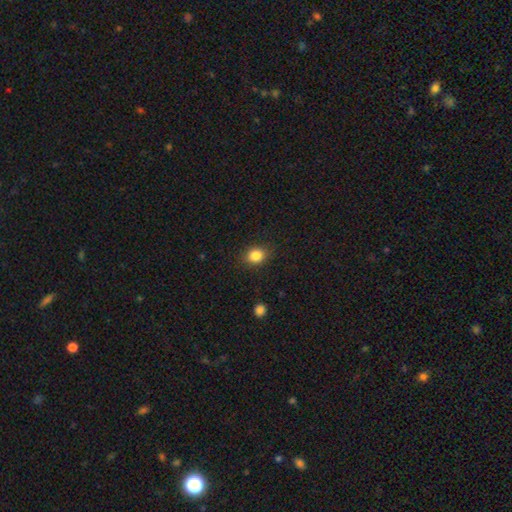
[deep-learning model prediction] The model was most divided on "how rounded": round: 61%, in between: 38%, cigar-shaped: 1%. More confident: merging — none (86%); smooth or featured — smooth (85%).